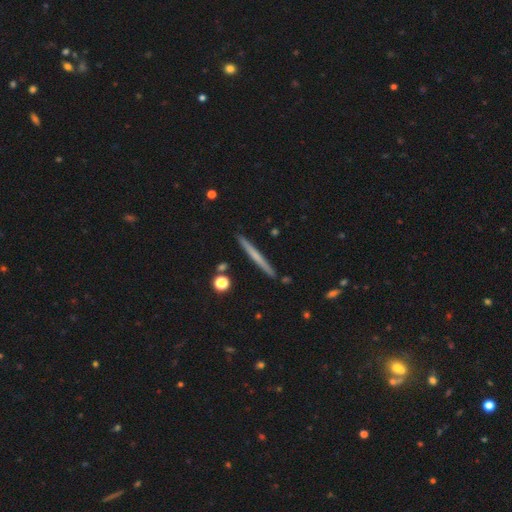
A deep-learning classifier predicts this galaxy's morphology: A smooth galaxy with no disk features (47%, tied with featured or disk). Merging: none (91%).